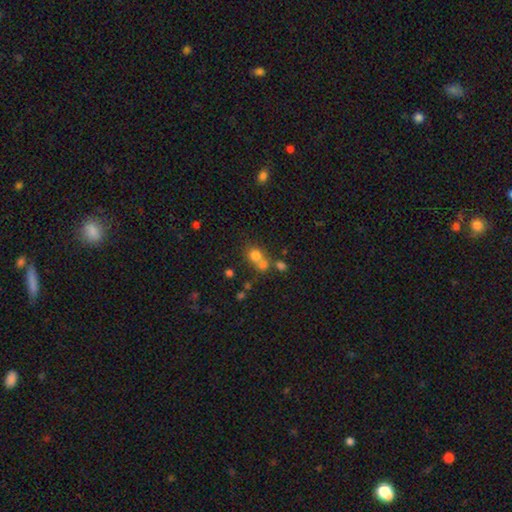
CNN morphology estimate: This appears to be a smooth galaxy with no disk features (72%) that is round (77%). Merging: merger (48%).